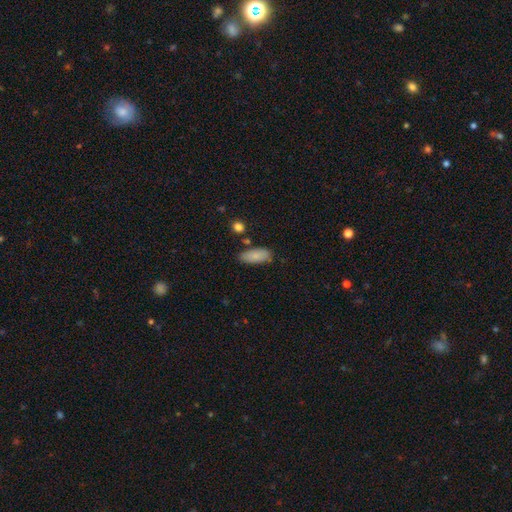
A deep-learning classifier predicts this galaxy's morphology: A smooth galaxy with no disk features (85%) that is in between round and cigar-shaped (84%).

Vote fractions:
- Smooth or featured? smooth: 85% / featured or disk: 8% / star or artifact: 7%
- How rounded? in between: 84% / cigar-shaped: 14% / round: 2%
- Merging? none: 76% / minor disturbance: 16% / merger: 5% / major disturbance: 3%